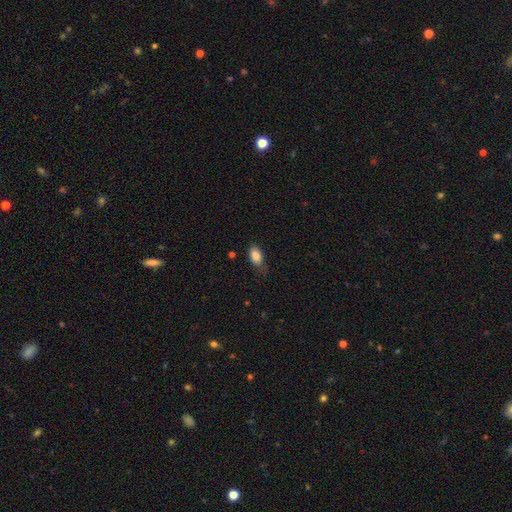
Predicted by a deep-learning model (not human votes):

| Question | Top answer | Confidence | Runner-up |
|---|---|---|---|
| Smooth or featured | smooth | 85% | star or artifact (8%) |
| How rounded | in between | 90% | round (6%) |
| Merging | none | 63% | minor disturbance (28%) |